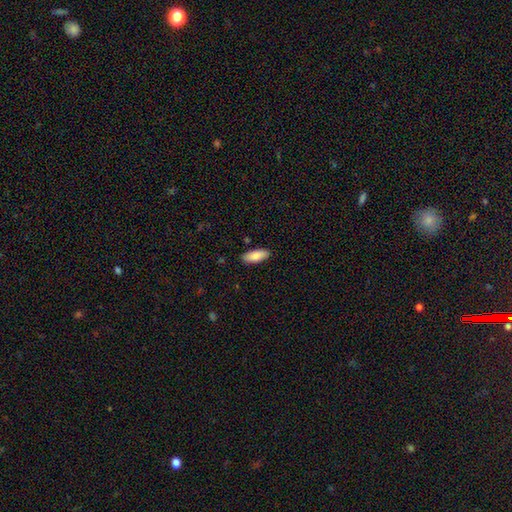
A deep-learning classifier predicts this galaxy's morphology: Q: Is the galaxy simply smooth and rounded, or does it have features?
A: smooth — 85%.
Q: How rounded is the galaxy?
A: in between — 78%.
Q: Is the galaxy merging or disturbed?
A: none — 89%.